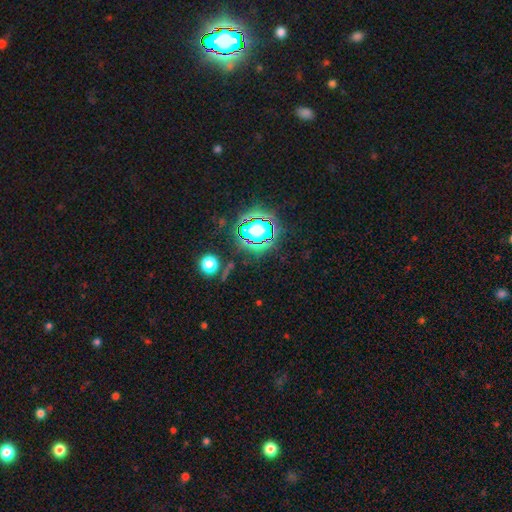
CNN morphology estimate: Smooth or featured?
  - star or artifact: 79% *
  - smooth: 12%
  - featured or disk: 8%